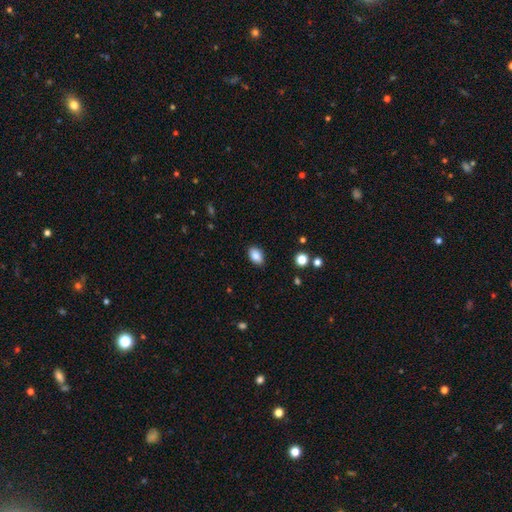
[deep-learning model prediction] This appears to be a smooth galaxy with no disk features (87%) that is in between round and cigar-shaped (87%). Merging: none (88%).